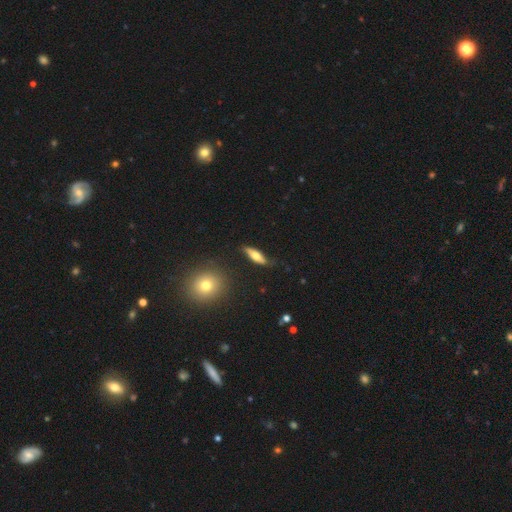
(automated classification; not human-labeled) smooth-or-featured: smooth: 53% | featured or disk: 41% | star or artifact: 6%
  how-rounded: cigar-shaped: 52% | in between: 44% | round: 4%
  merging: none: 76% | minor disturbance: 17% | major disturbance: 4% | merger: 2%